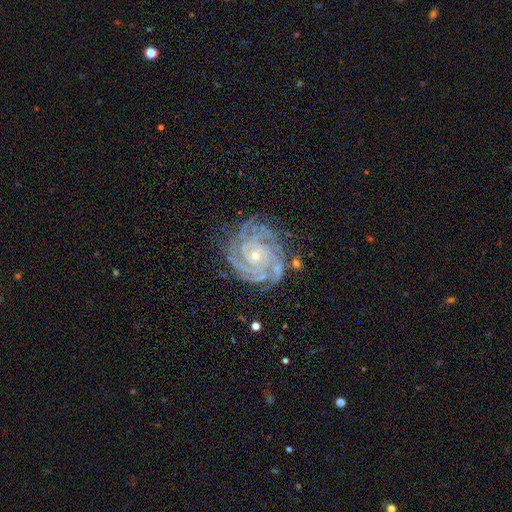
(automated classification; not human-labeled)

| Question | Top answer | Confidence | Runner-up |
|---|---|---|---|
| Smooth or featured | featured or disk | 90% | star or artifact (6%) |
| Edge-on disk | no | 98% | yes (2%) |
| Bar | no | 77% | weak (16%) |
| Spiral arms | yes | 99% | no (1%) |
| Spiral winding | tight | 82% | medium (16%) |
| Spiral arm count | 4 | 36% | more than 4 (19%) |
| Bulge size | small | 76% | moderate (21%) |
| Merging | none | 77% | minor disturbance (16%) |